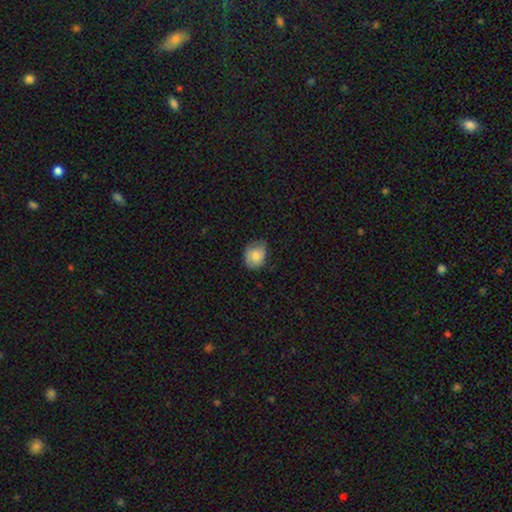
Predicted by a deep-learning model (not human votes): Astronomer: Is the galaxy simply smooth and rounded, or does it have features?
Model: smooth — 79%.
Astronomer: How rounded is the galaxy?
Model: round — 53% (runner-up: in between, 46%).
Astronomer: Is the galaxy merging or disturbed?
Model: none — 58%.